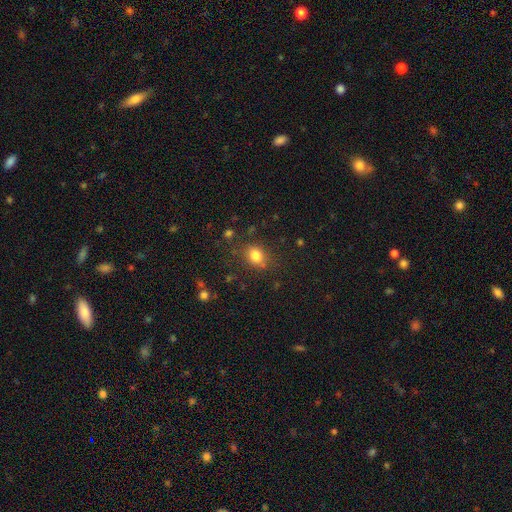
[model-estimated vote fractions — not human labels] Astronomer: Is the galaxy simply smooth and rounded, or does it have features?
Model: smooth — 80%.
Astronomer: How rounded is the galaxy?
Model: round — 55% (runner-up: in between, 44%).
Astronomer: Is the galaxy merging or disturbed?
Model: none — 75%.